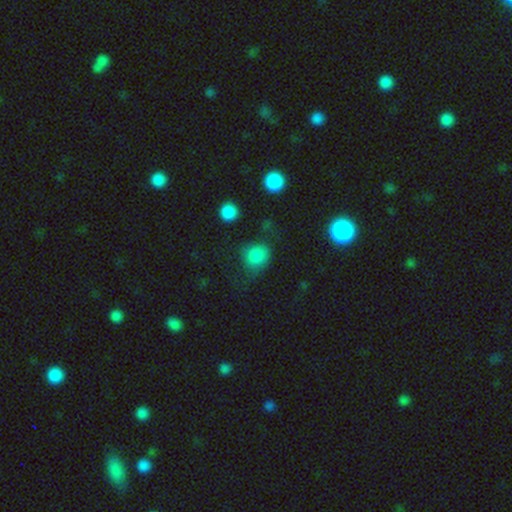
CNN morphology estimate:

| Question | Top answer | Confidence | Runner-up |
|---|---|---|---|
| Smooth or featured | smooth | 78% | star or artifact (14%) |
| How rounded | round | 74% | in between (24%) |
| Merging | none | 58% | minor disturbance (23%) |